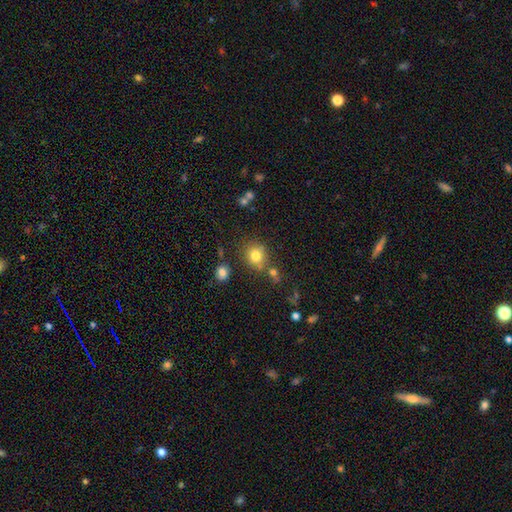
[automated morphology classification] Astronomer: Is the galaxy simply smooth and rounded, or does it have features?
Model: smooth — 78%.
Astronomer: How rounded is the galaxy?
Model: round — 84%.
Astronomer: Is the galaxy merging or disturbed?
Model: none — 71%.